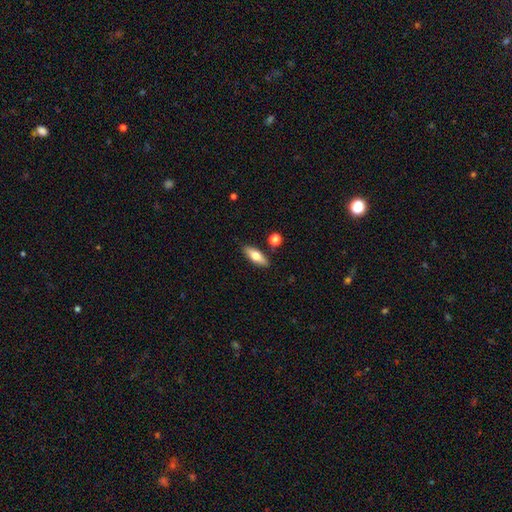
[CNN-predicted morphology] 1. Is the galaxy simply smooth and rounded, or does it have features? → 65% smooth, 28% featured or disk, 6% star or artifact.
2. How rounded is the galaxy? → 62% in between, 35% cigar-shaped, 3% round.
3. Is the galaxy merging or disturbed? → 85% none, 9% minor disturbance, 4% merger, 2% major disturbance.